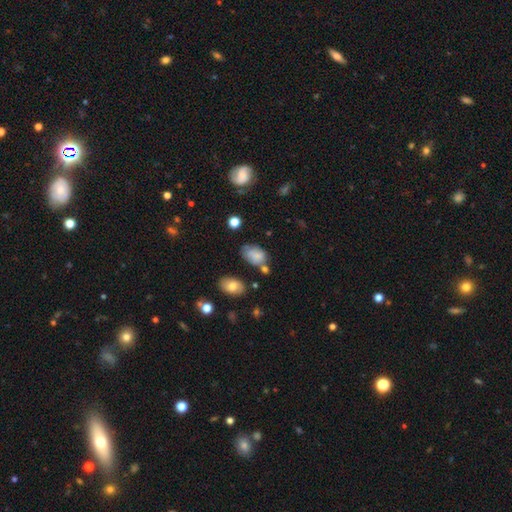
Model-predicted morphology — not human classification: Smooth or featured?
  - smooth: 75% *
  - featured or disk: 14%
  - star or artifact: 11%
How rounded?
  - in between: 87% *
  - round: 12%
  - cigar-shaped: 1%
Merging?
  - none: 48% *
  - minor disturbance: 29%
  - merger: 12%
  - major disturbance: 11%